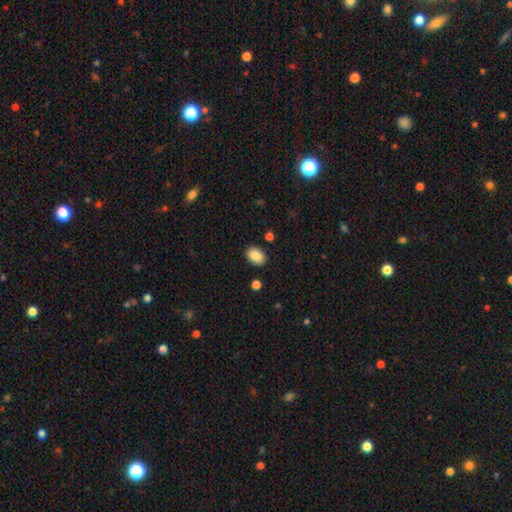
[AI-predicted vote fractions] Smooth or featured? Predicted: smooth (p=0.88). How rounded? Predicted: in between (p=0.75). Merging? Predicted: none (p=0.87).